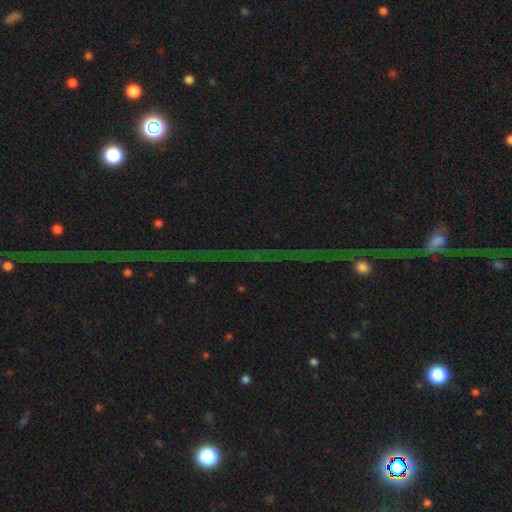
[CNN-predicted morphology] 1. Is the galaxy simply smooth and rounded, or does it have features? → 73% star or artifact, 15% featured or disk, 11% smooth.